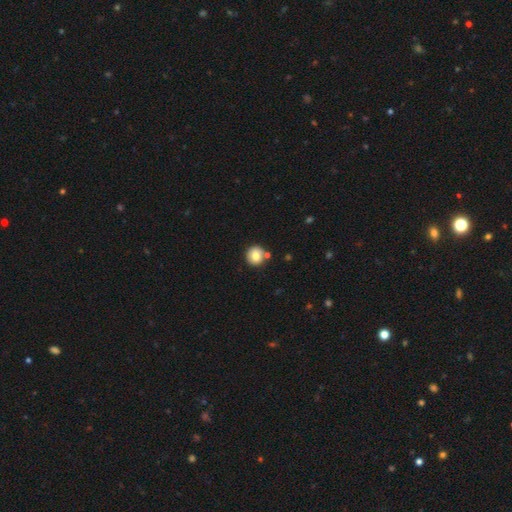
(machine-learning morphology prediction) smooth_or_featured: smooth (p=0.76) [alt: featured or disk p=0.15]
how_rounded: round (p=0.89) [alt: in between p=0.10]
merging: none (p=0.77) [alt: merger p=0.11]